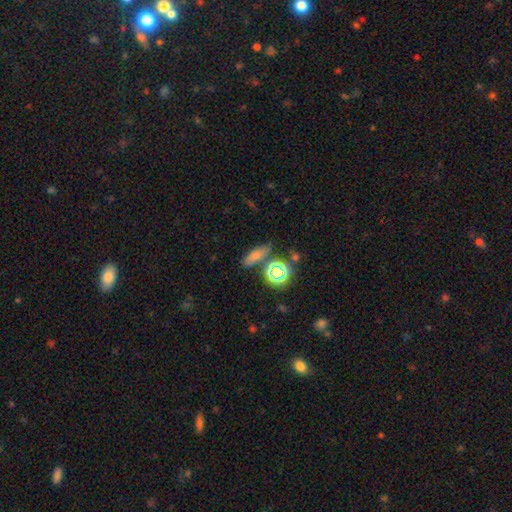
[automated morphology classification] A smooth galaxy with no disk features (66%) that is in between round and cigar-shaped (51%). Merging: none (73%).